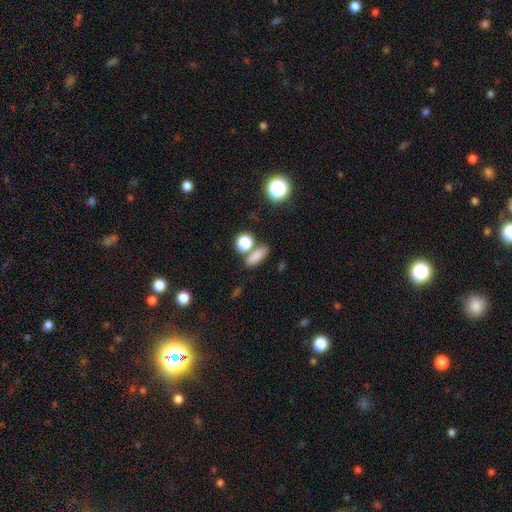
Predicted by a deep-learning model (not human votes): Smooth or featured? Predicted: smooth (p=0.81). How rounded? Predicted: in between (p=0.65). Merging? Predicted: none (p=0.67).